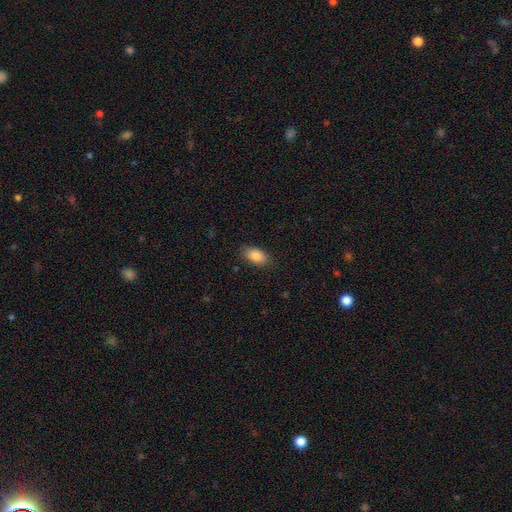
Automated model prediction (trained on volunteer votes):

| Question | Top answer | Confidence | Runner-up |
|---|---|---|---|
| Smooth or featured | smooth | 87% | star or artifact (7%) |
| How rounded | in between | 93% | round (5%) |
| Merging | none | 86% | minor disturbance (11%) |